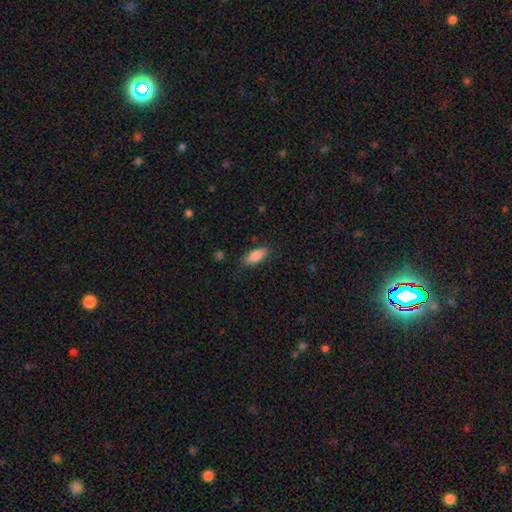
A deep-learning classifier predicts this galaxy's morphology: The model was most divided on "how rounded": in between: 80%, cigar-shaped: 18%, round: 2%. More confident: smooth or featured — smooth (87%); merging — none (79%).